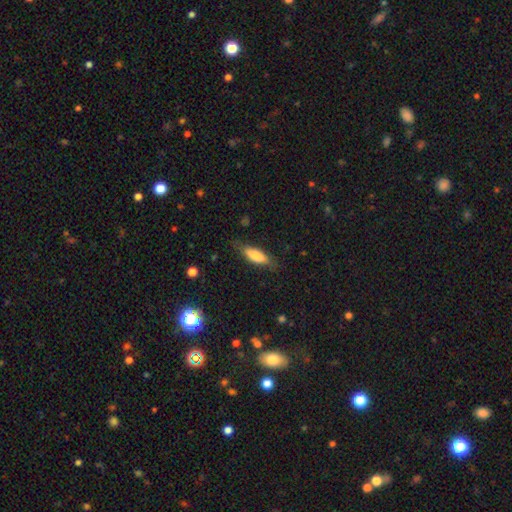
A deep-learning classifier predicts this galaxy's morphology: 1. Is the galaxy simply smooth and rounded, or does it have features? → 77% smooth, 17% featured or disk, 6% star or artifact.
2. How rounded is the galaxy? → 58% in between, 40% cigar-shaped, 2% round.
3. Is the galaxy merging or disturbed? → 76% none, 18% minor disturbance, 5% major disturbance, 1% merger.